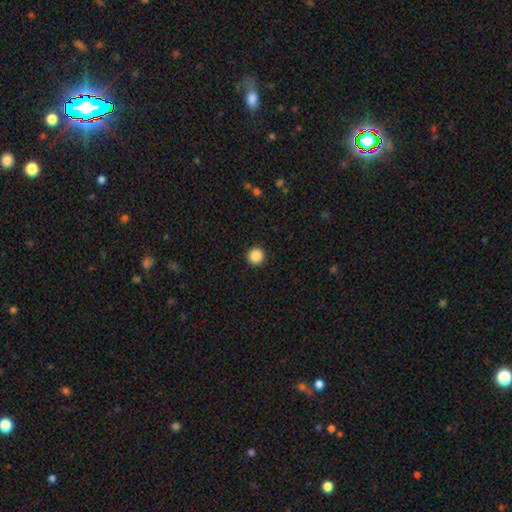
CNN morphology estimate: smooth_or_featured: smooth (p=0.89) [alt: star or artifact p=0.09]
how_rounded: round (p=0.96) [alt: in between p=0.03]
merging: none (p=0.93) [alt: minor disturbance p=0.04]